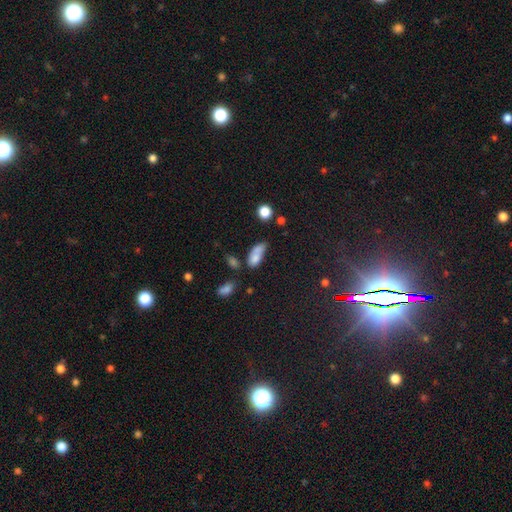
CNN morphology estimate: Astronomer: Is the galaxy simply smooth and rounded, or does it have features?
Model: smooth — 75%.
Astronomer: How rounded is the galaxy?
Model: in between — 82%.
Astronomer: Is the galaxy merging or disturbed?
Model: merger — 31% (runner-up: none, 28%).